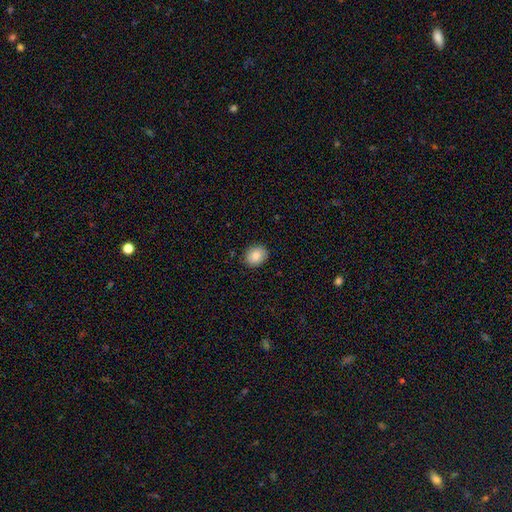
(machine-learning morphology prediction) The model was most divided on "how rounded": round: 54%, in between: 45%, cigar-shaped: 1%. More confident: merging — none (88%); smooth or featured — smooth (86%).